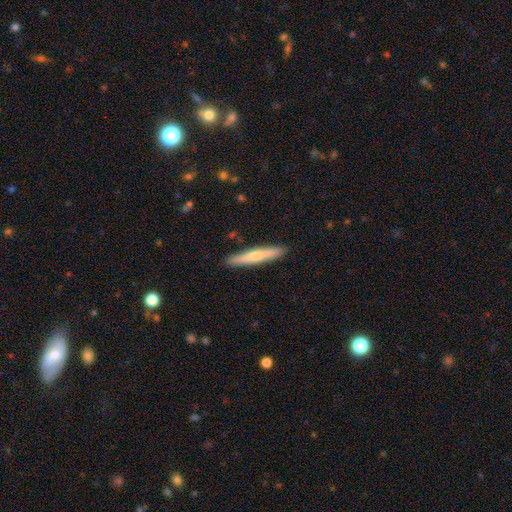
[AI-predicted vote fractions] smooth_or_featured: smooth (p=0.59) [alt: featured or disk p=0.36]
how_rounded: cigar-shaped (p=0.94) [alt: in between p=0.05]
merging: none (p=0.91) [alt: minor disturbance p=0.07]